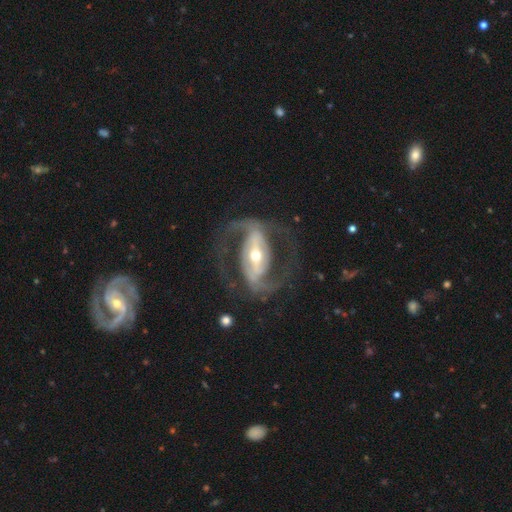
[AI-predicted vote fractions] smooth-or-featured: featured or disk: 91% | smooth: 5% | star or artifact: 4%
  disk-edge-on: no: 96% | yes: 4%
    bar: strong: 67% | weak: 22% | no: 11%
    has-spiral-arms: yes: 93% | no: 7%
      spiral-winding: medium: 58% | loose: 25% | tight: 17%
      spiral-arm-count: 2: 92% | can't tell: 3% | 1: 2% | 3: 2% | 4: 1% | more than 4: 1%
    bulge-size: moderate: 52% | small: 42% | large: 4% | dominant: 1% | none: 1%
  merging: none: 73% | major disturbance: 13% | minor disturbance: 12% | merger: 2%